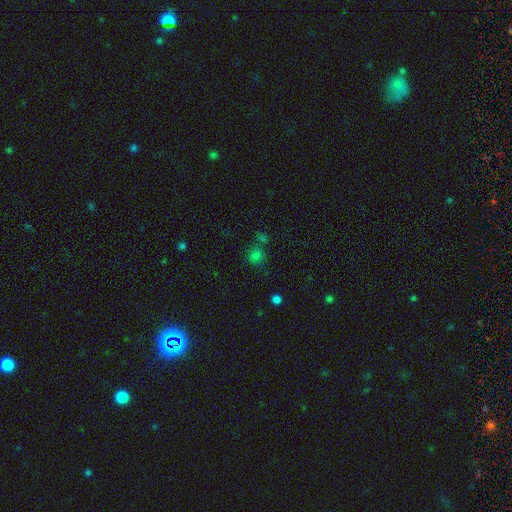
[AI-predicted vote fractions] Smooth or featured? Predicted: smooth (p=0.70). How rounded? Predicted: round (p=0.79). Merging? Predicted: none (p=0.67).